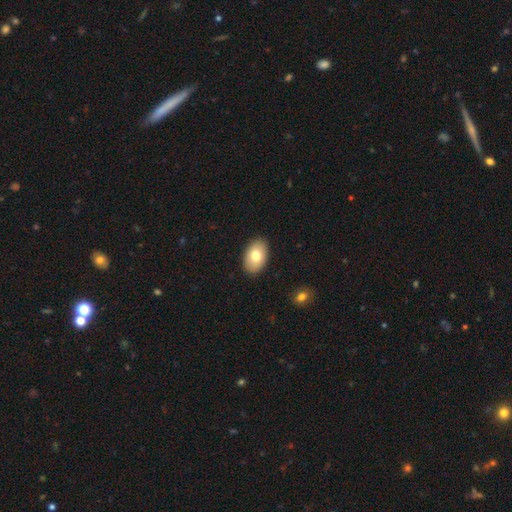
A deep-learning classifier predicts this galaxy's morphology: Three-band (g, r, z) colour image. It shows a smooth galaxy with no disk features (76%) that is in between round and cigar-shaped (90%). Merging: none (89%).